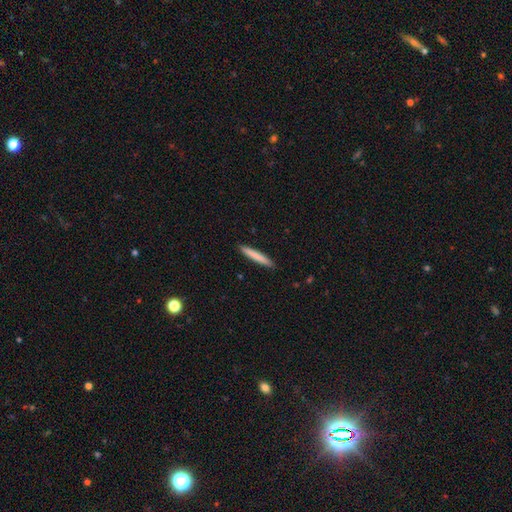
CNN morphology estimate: This is likely a smooth galaxy (78%). How rounded: clearly cigar-shaped (95%). Merging: clearly none (92%).